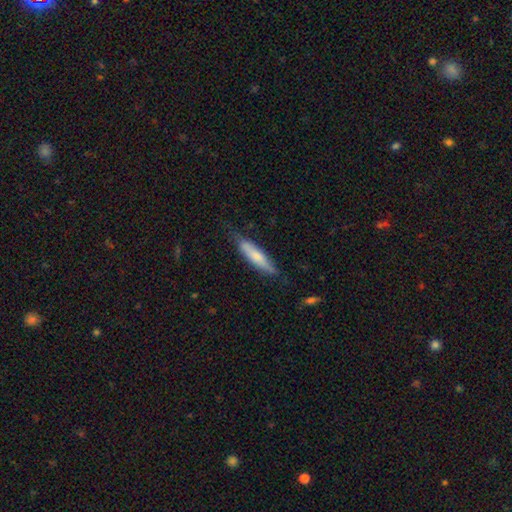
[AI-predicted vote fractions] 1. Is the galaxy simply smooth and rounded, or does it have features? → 66% smooth, 29% featured or disk, 6% star or artifact.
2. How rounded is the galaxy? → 77% cigar-shaped, 22% in between, 2% round.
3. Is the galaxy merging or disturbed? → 68% none, 25% minor disturbance, 5% major disturbance, 2% merger.